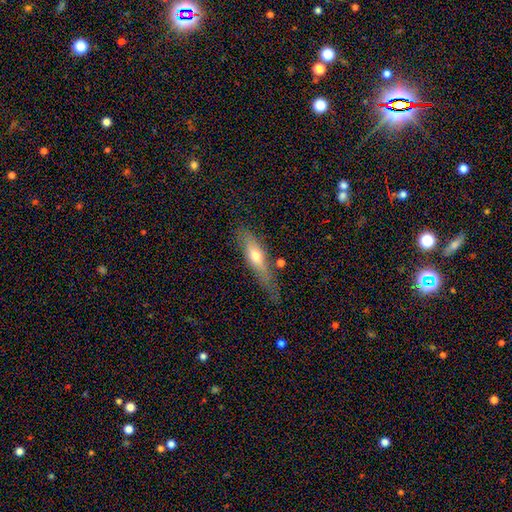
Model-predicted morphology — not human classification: smooth_or_featured: smooth (p=0.50) [alt: featured or disk p=0.42]
how_rounded: cigar-shaped (p=0.70) [alt: in between p=0.27]
merging: none (p=0.62) [alt: minor disturbance p=0.25]